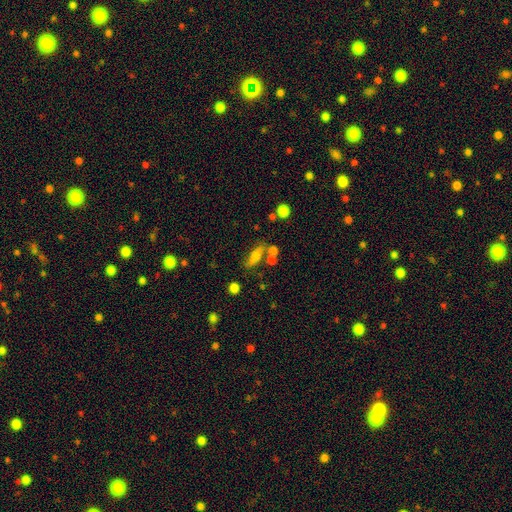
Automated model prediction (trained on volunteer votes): smooth_or_featured: smooth (p=0.62) [alt: featured or disk p=0.26]
how_rounded: in between (p=0.52) [alt: cigar-shaped p=0.40]
merging: none (p=0.56) [alt: merger p=0.20]